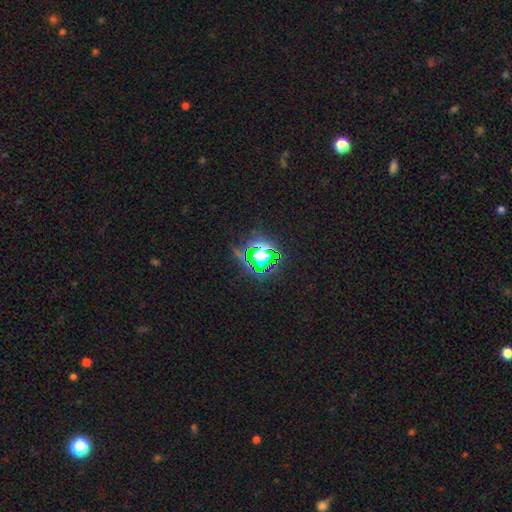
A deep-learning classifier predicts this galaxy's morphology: Q: Smooth or featured?
A: star or artifact (78%); runner-up: smooth (16%)